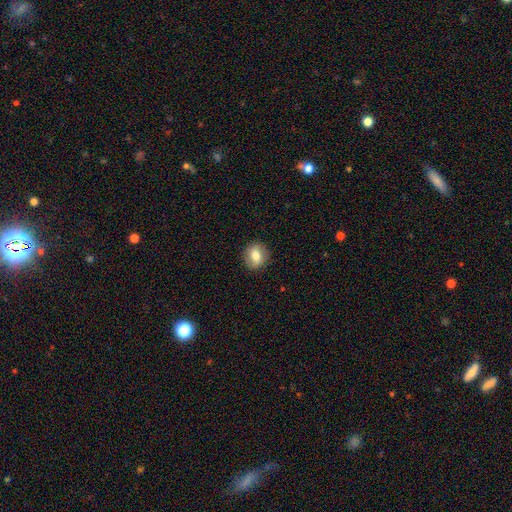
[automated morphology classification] Smooth or featured?
  - smooth: 73% *
  - featured or disk: 18%
  - star or artifact: 9%
How rounded?
  - round: 74% *
  - in between: 25%
  - cigar-shaped: 1%
Merging?
  - none: 88% *
  - minor disturbance: 8%
  - major disturbance: 3%
  - merger: 1%